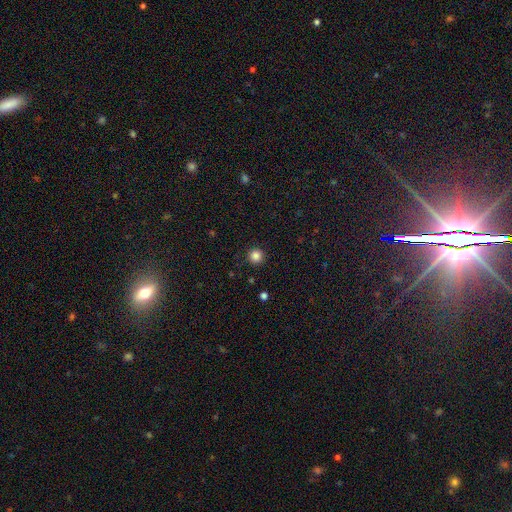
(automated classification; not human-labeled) A smooth galaxy with no disk features (85%) that is round (96%).

Vote fractions:
- Smooth or featured? smooth: 85% / star or artifact: 12% / featured or disk: 3%
- How rounded? round: 96% / in between: 3% / cigar-shaped: 1%
- Merging? none: 92% / minor disturbance: 5% / major disturbance: 2% / merger: 1%